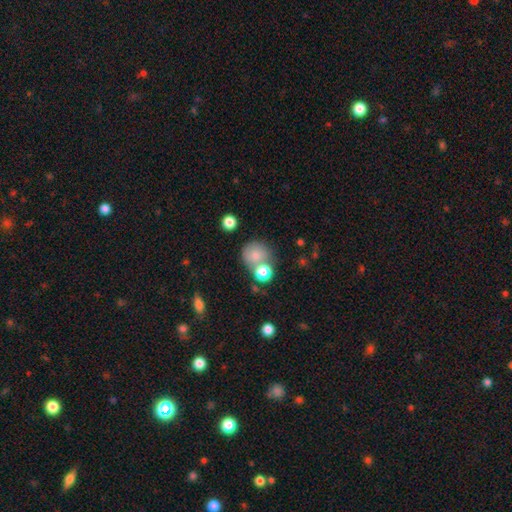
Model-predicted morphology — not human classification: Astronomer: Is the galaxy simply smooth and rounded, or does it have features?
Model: smooth — 76%.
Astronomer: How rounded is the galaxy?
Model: round — 83%.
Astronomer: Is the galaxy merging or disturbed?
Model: none — 49% (runner-up: merger, 29%).